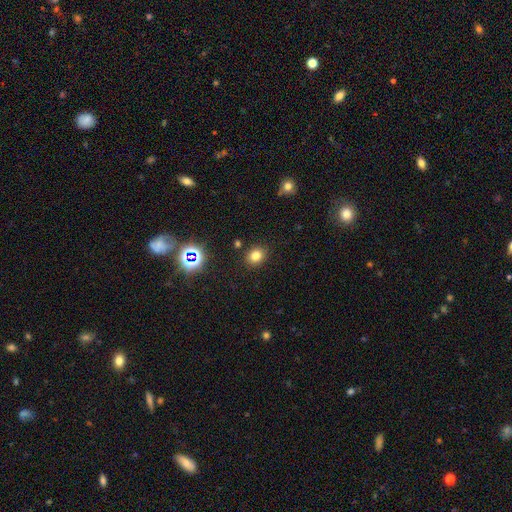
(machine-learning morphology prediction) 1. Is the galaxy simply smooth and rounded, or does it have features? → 76% smooth, 17% star or artifact, 7% featured or disk.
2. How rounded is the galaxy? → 65% round, 35% in between, 1% cigar-shaped.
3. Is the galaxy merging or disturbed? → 87% none, 8% minor disturbance, 2% major disturbance, 2% merger.